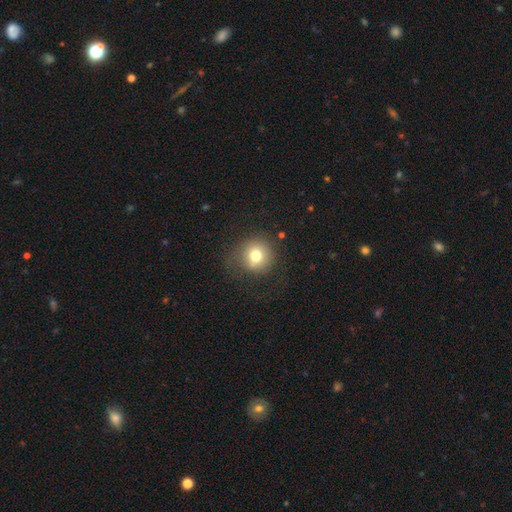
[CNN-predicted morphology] Smooth or featured? Predicted: smooth (p=0.74). How rounded? Predicted: round (p=0.91). Merging? Predicted: none (p=0.73).